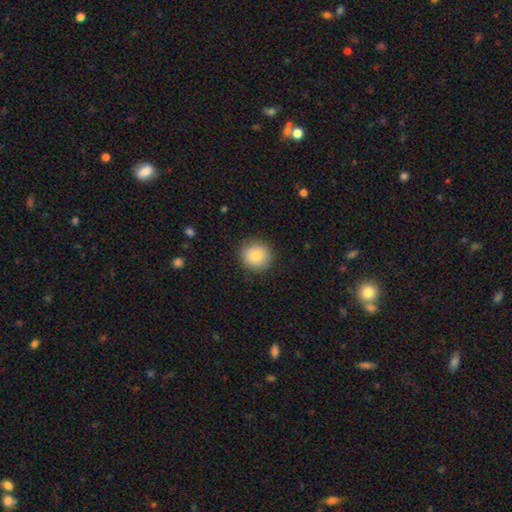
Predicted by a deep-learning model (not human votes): The model was most divided on "smooth or featured": smooth: 82%, featured or disk: 9%, star or artifact: 9%. More confident: how rounded — round (93%); merging — none (88%).